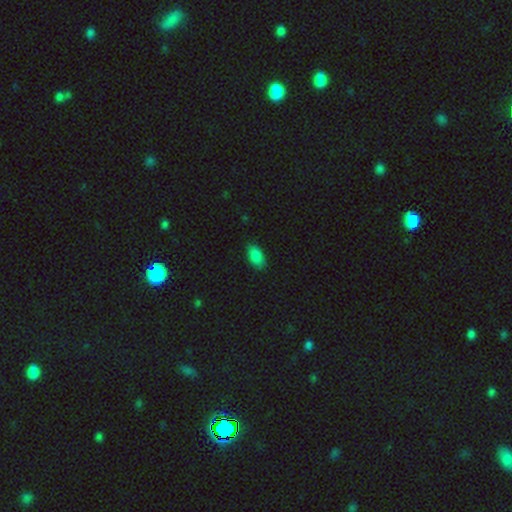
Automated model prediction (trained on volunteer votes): smooth_or_featured: smooth (p=0.87) [alt: star or artifact p=0.08]
how_rounded: in between (p=0.93) [alt: round p=0.04]
merging: none (p=0.86) [alt: minor disturbance p=0.11]